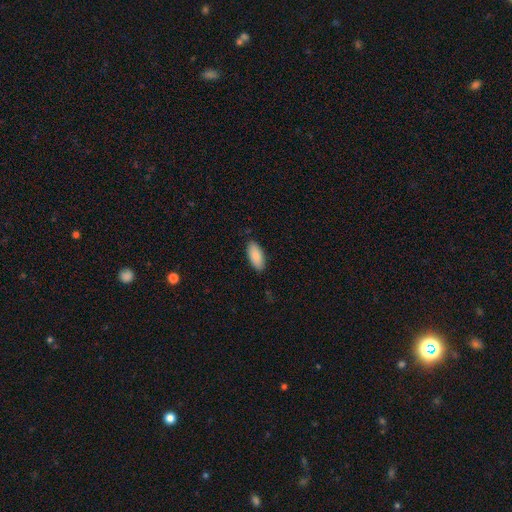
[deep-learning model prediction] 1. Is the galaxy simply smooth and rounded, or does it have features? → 87% smooth, 7% featured or disk, 6% star or artifact.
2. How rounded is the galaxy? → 88% in between, 11% cigar-shaped, 2% round.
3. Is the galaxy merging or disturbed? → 87% none, 10% minor disturbance, 2% major disturbance, 1% merger.